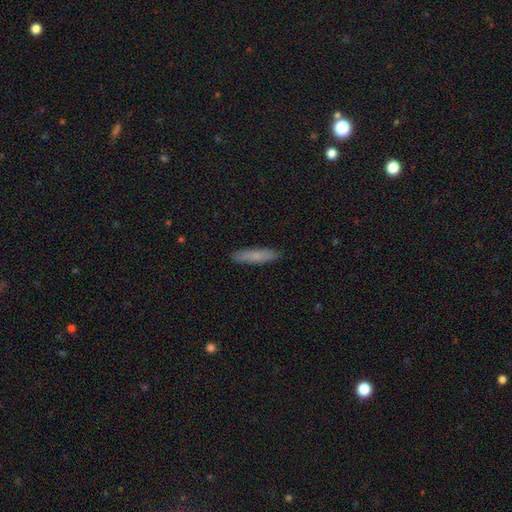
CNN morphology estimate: Smooth or featured? smooth (75%)
How rounded? cigar-shaped (83%)
Merging? none (89%)